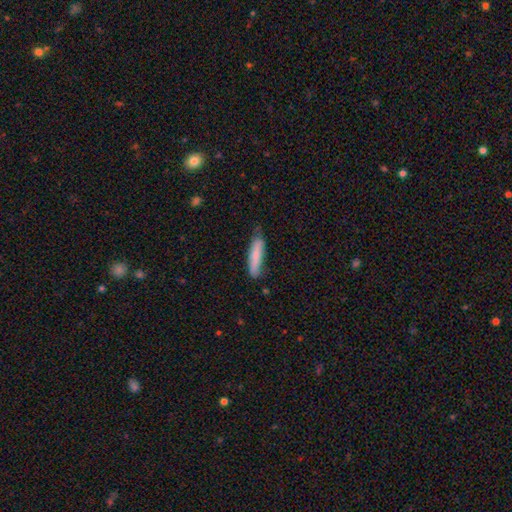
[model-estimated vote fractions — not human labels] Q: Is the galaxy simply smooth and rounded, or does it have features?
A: smooth — 77%.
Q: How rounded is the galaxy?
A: cigar-shaped — 82%.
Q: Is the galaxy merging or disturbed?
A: none — 72%.